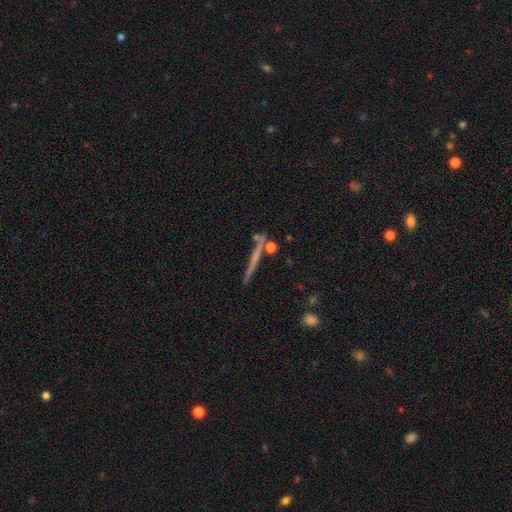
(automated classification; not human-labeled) smooth_or_featured: featured or disk (p=0.53) [alt: smooth p=0.36]
disk_edge_on: yes (p=0.96) [alt: no p=0.04]
edge_on_bulge: none (p=0.80) [alt: rounded p=0.15]
merging: none (p=0.81) [alt: minor disturbance p=0.09]